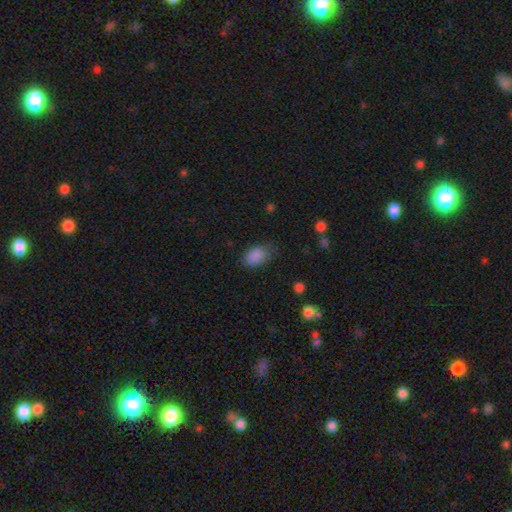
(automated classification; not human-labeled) Q: Smooth or featured?
A: smooth (87%); runner-up: star or artifact (9%)
Q: How rounded?
A: in between (86%); runner-up: round (13%)
Q: Merging?
A: none (70%); runner-up: minor disturbance (23%)